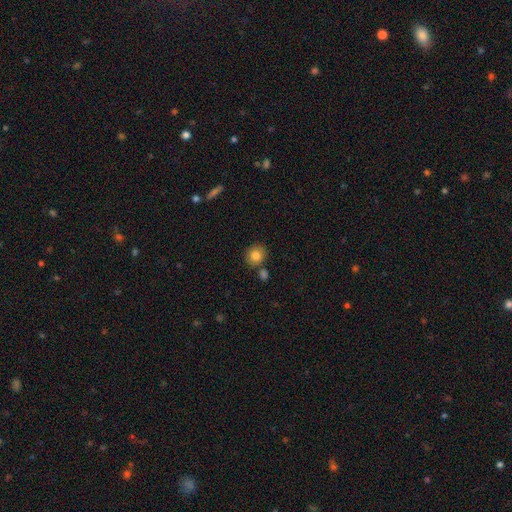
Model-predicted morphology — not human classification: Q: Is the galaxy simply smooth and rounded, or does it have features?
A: smooth — 82%.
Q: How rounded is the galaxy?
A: round — 81%.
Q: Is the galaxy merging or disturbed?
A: none — 77%.